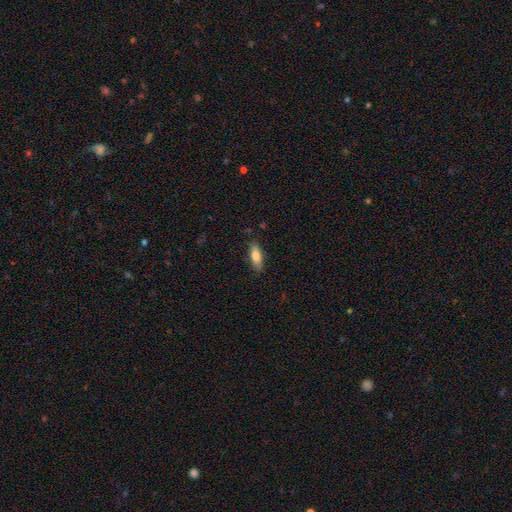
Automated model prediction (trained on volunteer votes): Q: Smooth or featured?
A: smooth (80%); runner-up: featured or disk (14%)
Q: How rounded?
A: in between (66%); runner-up: cigar-shaped (32%)
Q: Merging?
A: none (82%); runner-up: minor disturbance (13%)